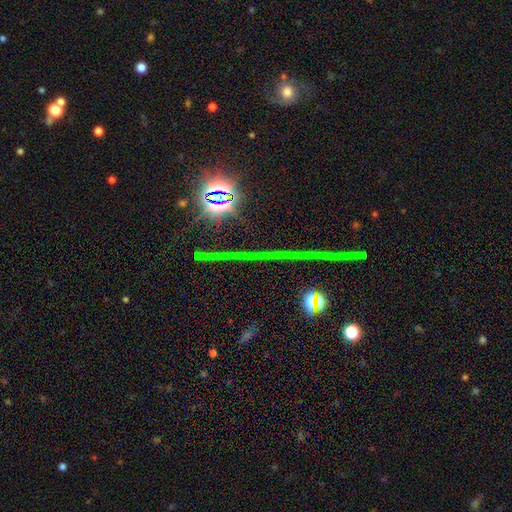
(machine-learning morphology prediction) Smooth or featured? star or artifact (72%)